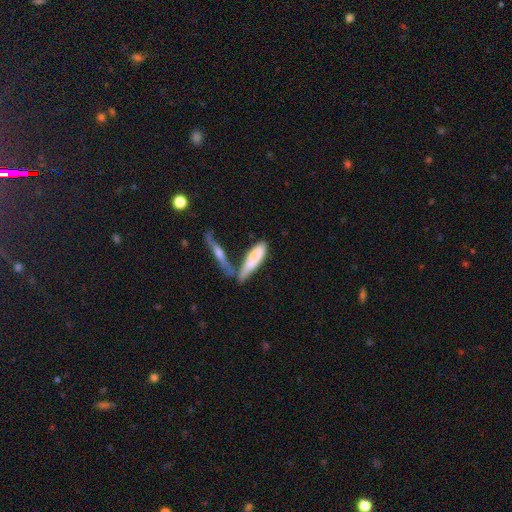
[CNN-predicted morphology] A smooth galaxy with no disk features (75%) that is cigar-shaped (62%). Merging: none (36%).